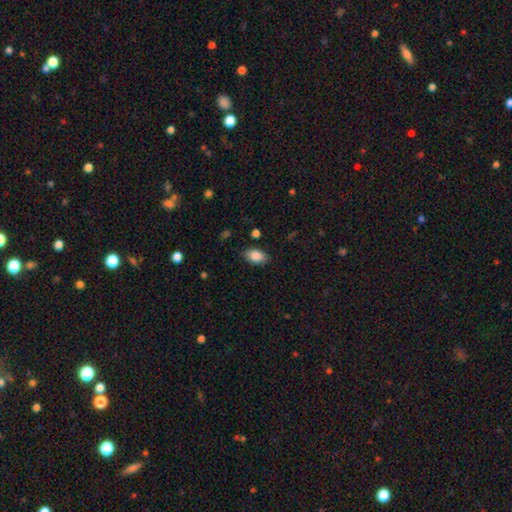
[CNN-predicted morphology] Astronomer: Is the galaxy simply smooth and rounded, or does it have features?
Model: smooth — 87%.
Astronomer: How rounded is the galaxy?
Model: in between — 91%.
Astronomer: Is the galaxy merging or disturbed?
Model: none — 84%.